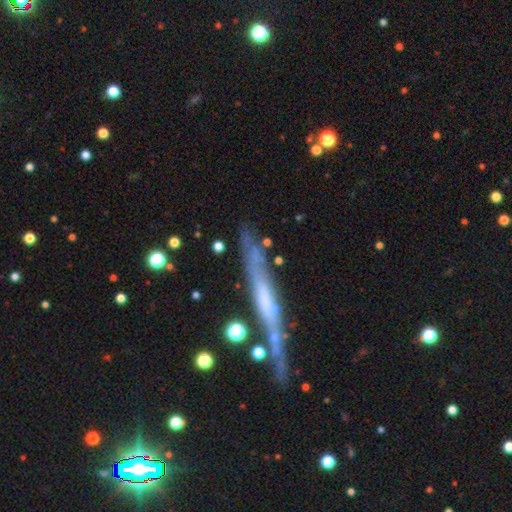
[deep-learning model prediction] Smooth or featured?
  - featured or disk: 46% *
  - smooth: 43%
  - star or artifact: 11%
Merging?
  - none: 73% *
  - minor disturbance: 17%
  - merger: 5%
  - major disturbance: 5%